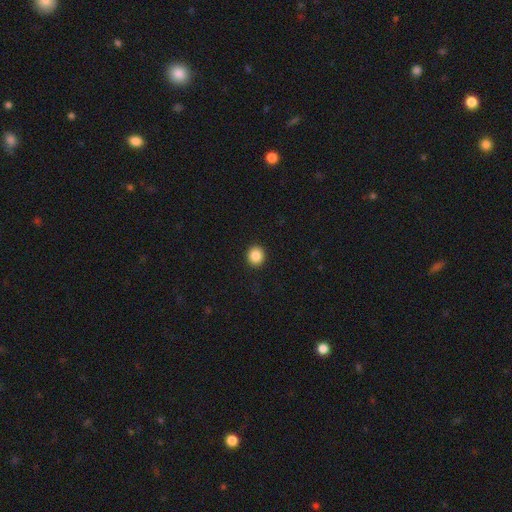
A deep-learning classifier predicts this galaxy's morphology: A smooth galaxy with no disk features (86%) that is round (89%). Merging: none (93%).